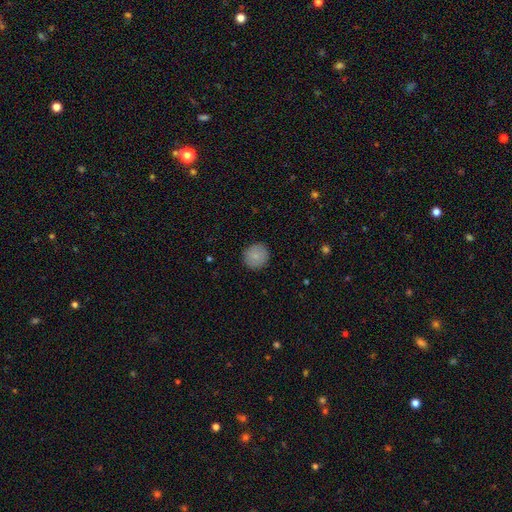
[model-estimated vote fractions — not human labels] Morphology: type=smooth (84%); roundness=round (92%); merging=none (90%).